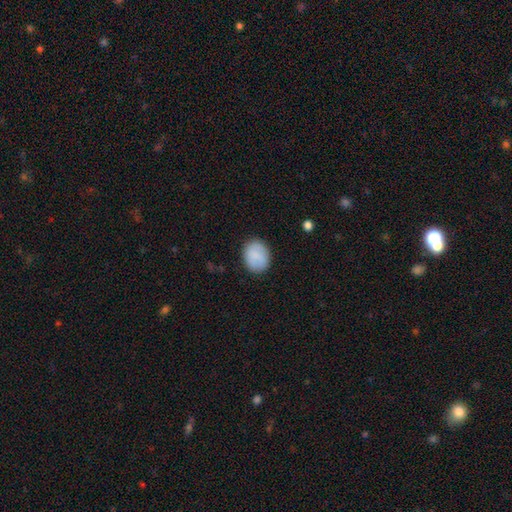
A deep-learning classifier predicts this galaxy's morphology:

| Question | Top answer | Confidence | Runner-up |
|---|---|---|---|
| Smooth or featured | smooth | 86% | featured or disk (8%) |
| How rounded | round | 51% | in between (48%) |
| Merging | none | 86% | minor disturbance (11%) |